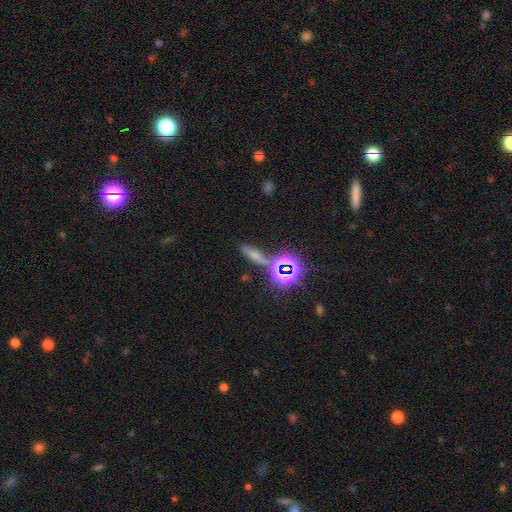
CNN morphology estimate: Smooth or featured?
  - smooth: 52% *
  - star or artifact: 35%
  - featured or disk: 13%
How rounded?
  - cigar-shaped: 56% *
  - in between: 34%
  - round: 11%
Merging?
  - none: 66% *
  - merger: 14%
  - minor disturbance: 14%
  - major disturbance: 6%